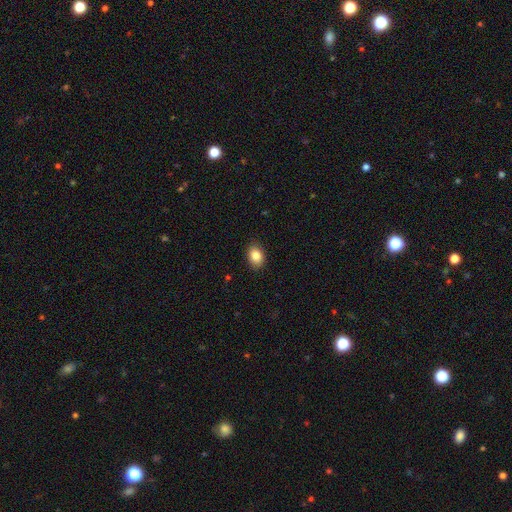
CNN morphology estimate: This appears to be a smooth galaxy with no disk features (85%) that is in between round and cigar-shaped (76%). Merging: none (88%).